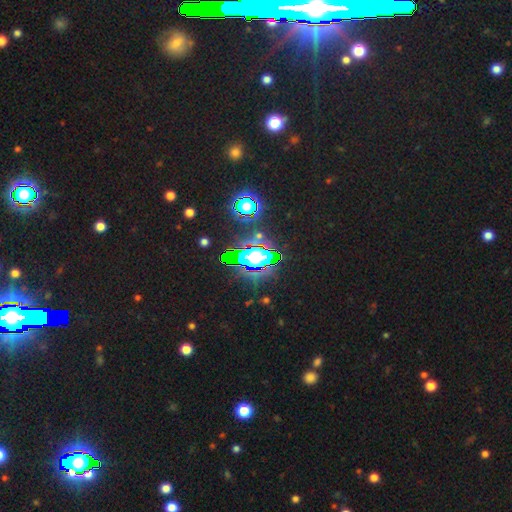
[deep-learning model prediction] star or artifact 81%, smooth 11%, featured or disk 8%.